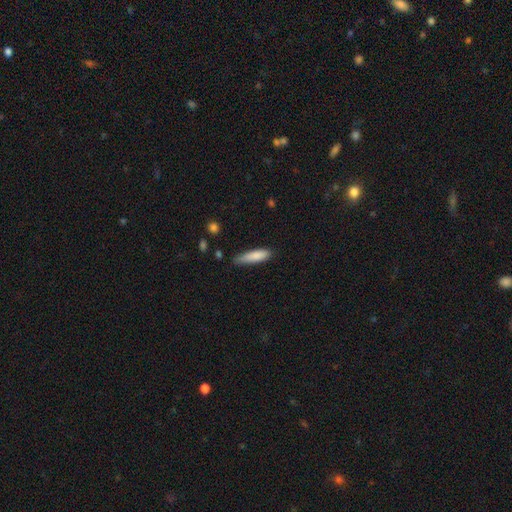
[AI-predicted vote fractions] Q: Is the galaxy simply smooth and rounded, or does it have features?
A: smooth — 83%.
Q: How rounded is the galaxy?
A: cigar-shaped — 72%.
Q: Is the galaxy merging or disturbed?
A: none — 65%.